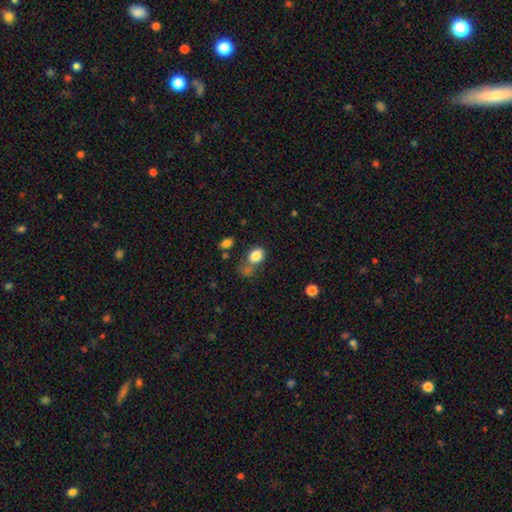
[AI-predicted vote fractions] Smooth or featured? smooth (84%)
How rounded? in between (74%)
Merging? none (52%)